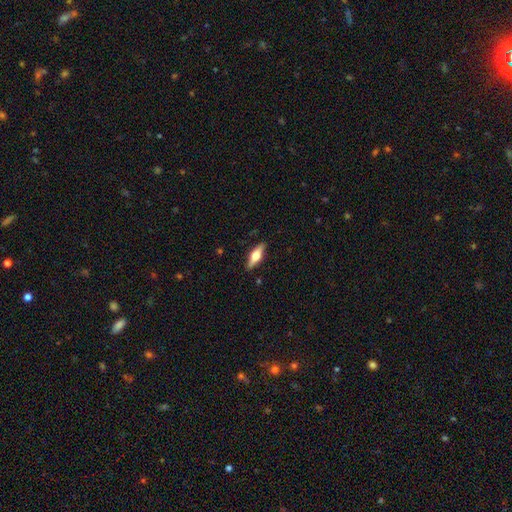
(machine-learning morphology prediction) featured or disk 54%, smooth 40%, star or artifact 6%. Down the decision tree: edge-on disk — yes (93%); edge-on bulge — rounded (93%); merging — none (88%).